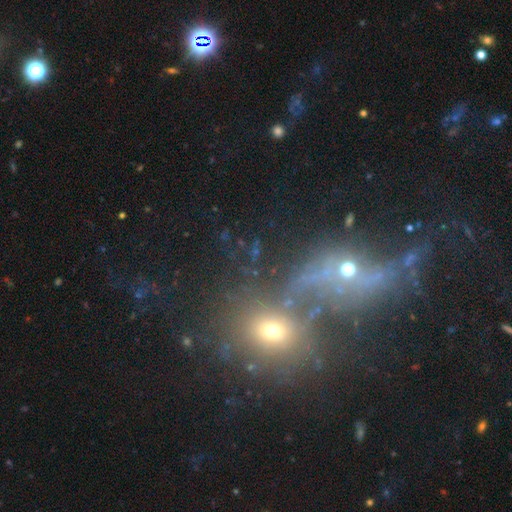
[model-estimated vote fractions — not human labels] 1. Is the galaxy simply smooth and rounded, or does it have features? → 36% smooth, 35% star or artifact, 29% featured or disk.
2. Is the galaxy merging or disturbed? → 52% merger, 29% none, 10% major disturbance, 9% minor disturbance.